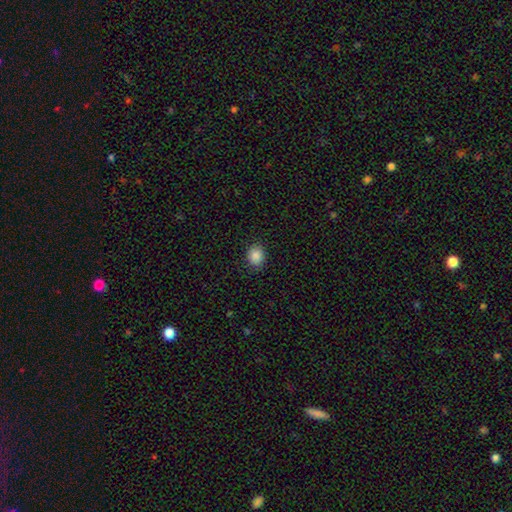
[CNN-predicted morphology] Smooth or featured? Predicted: smooth (p=0.88). How rounded? Predicted: round (p=0.62). Merging? Predicted: none (p=0.88).